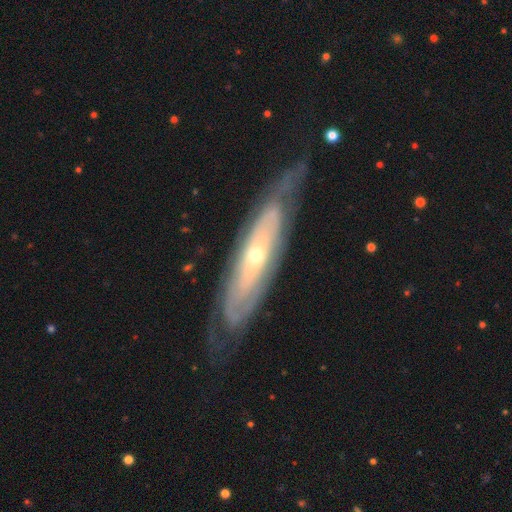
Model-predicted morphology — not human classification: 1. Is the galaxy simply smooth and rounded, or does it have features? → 75% featured or disk, 20% smooth, 5% star or artifact.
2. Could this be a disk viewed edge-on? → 66% no, 34% yes.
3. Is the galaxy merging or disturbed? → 61% none, 22% minor disturbance, 15% major disturbance, 2% merger.